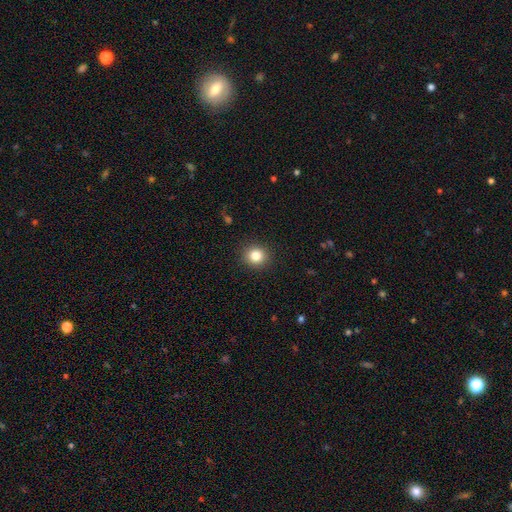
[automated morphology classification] This is clearly a smooth galaxy (83%). How rounded: clearly round (89%). Merging: clearly none (91%).